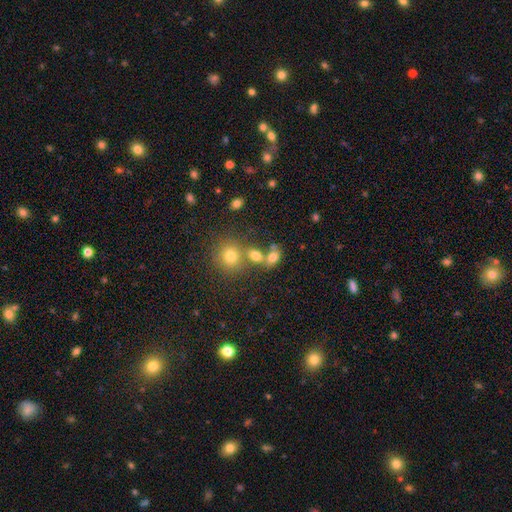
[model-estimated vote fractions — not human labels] Overall: smooth (73%). How rounded: in between (63%; round 35%). Merging: none (44%; merger 39%).